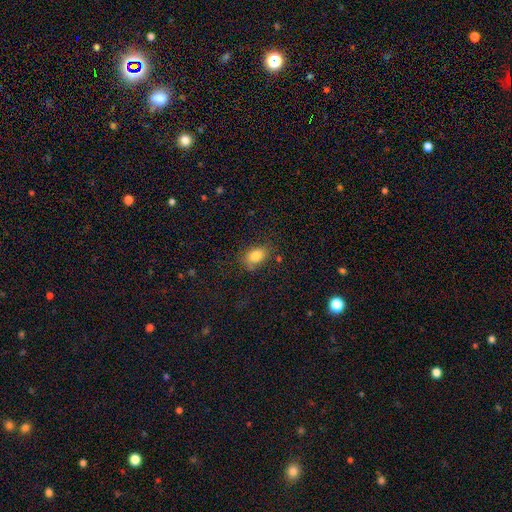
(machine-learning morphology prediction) A smooth galaxy with no disk features (81%) that is in between round and cigar-shaped (78%).

Vote fractions:
- Smooth or featured? smooth: 81% / star or artifact: 9% / featured or disk: 9%
- How rounded? in between: 78% / round: 20% / cigar-shaped: 2%
- Merging? none: 68% / minor disturbance: 22% / major disturbance: 7% / merger: 3%